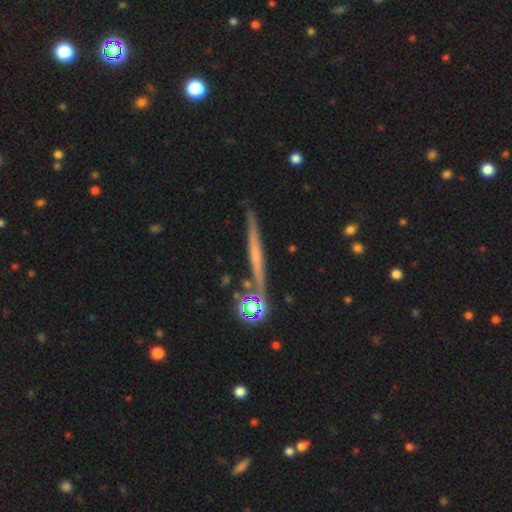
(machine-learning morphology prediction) A featured or disk galaxy (57%) viewed edge-on (96%) with no central bulge (77%). Merging: none (85%).